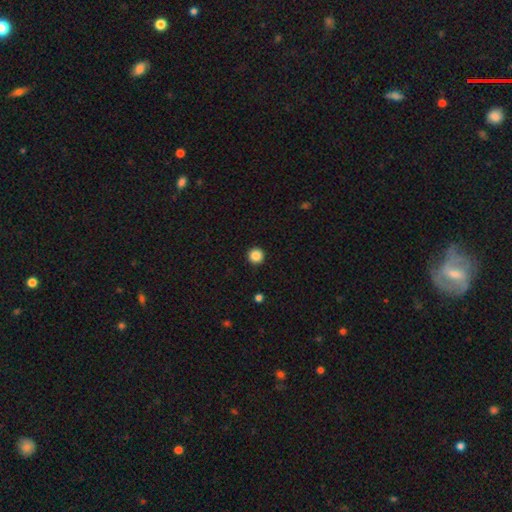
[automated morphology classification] smooth-or-featured: smooth: 87% | star or artifact: 10% | featured or disk: 3%
  how-rounded: round: 97% | in between: 2% | cigar-shaped: 1%
  merging: none: 94% | minor disturbance: 4% | major disturbance: 1% | merger: 1%